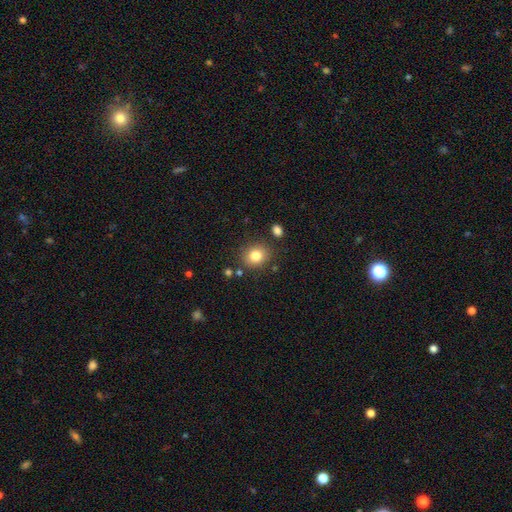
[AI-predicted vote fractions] Smooth or featured?
  - smooth: 82% *
  - star or artifact: 11%
  - featured or disk: 8%
How rounded?
  - round: 67% *
  - in between: 32%
  - cigar-shaped: 1%
Merging?
  - none: 82% *
  - minor disturbance: 10%
  - merger: 4%
  - major disturbance: 3%